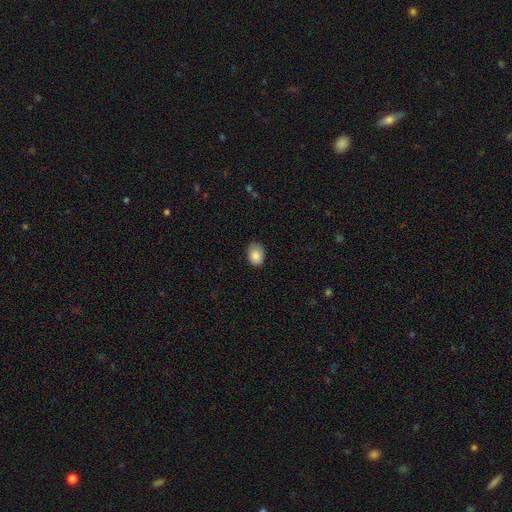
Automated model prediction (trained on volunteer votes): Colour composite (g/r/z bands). It shows a smooth galaxy with no disk features (86%) that is in between round and cigar-shaped (73%). Merging: none (75%).